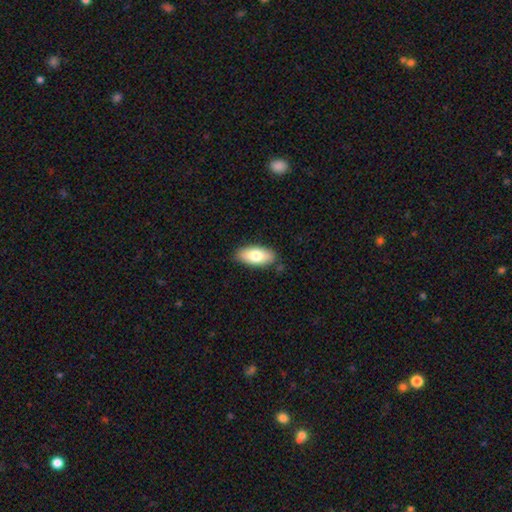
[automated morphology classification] smooth 77%, featured or disk 17%, star or artifact 6%. Down the decision tree: how rounded — in between (90%); merging — none (85%).